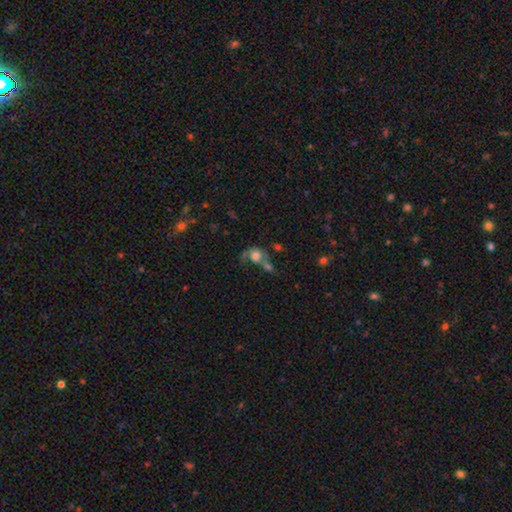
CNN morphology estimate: This is possibly a smooth galaxy (56%). How rounded: possibly round (57%). Merging: marginally merger (42%).